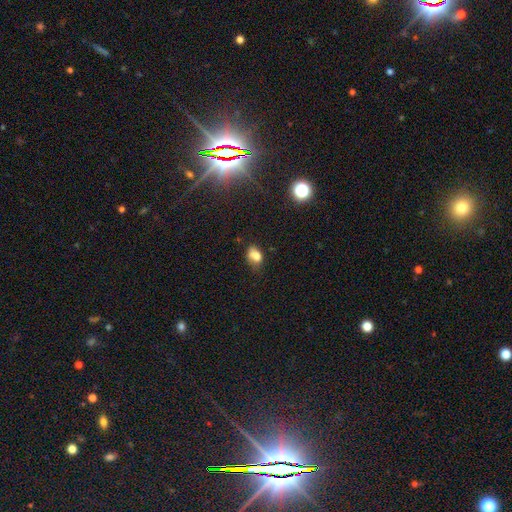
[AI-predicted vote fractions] Morphology: type=smooth (76%); roundness=in between (76%); merging=none (48%).